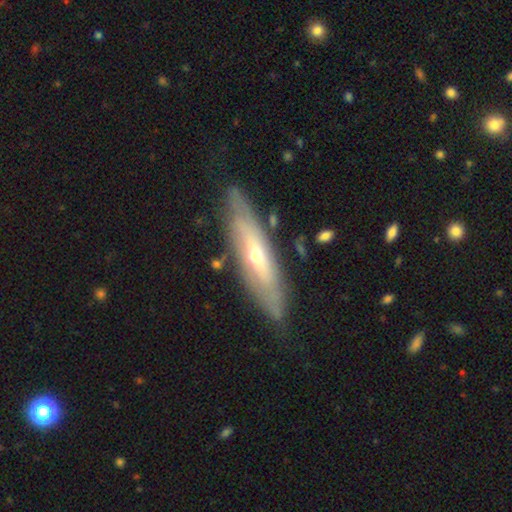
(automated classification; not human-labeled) Q: Smooth or featured?
A: featured or disk (71%); runner-up: smooth (23%)
Q: Edge-on disk?
A: no (53%); runner-up: yes (47%)
Q: Merging?
A: none (80%); runner-up: minor disturbance (15%)